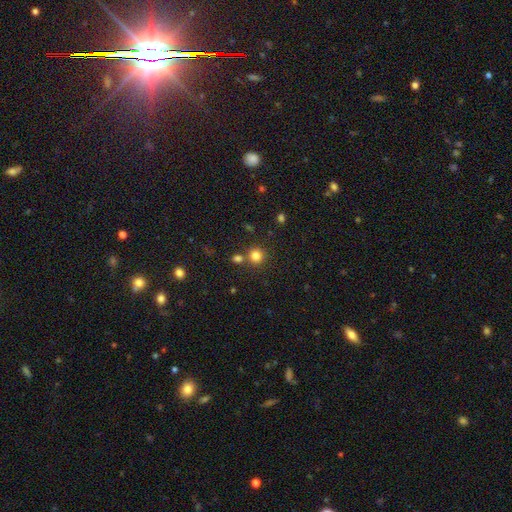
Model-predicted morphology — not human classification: A smooth galaxy with no disk features (81%) that is round (91%). Merging: none (75%).